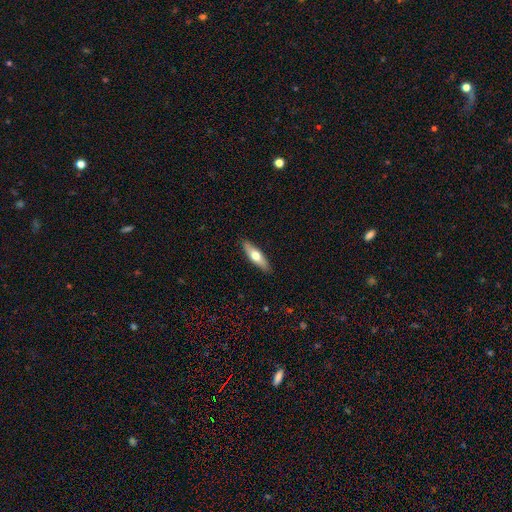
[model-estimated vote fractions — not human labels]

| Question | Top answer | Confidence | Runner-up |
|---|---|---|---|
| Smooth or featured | smooth | 57% | featured or disk (38%) |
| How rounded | cigar-shaped | 57% | in between (41%) |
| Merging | none | 88% | minor disturbance (9%) |